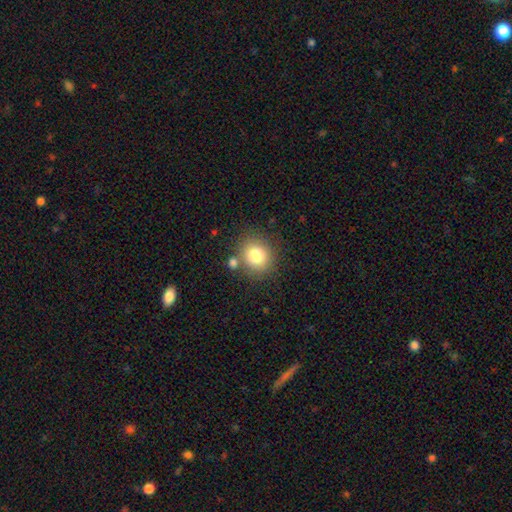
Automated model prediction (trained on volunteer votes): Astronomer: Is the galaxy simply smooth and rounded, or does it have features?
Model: smooth — 79%.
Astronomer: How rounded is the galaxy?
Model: round — 82%.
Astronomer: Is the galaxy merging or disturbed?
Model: none — 76%.